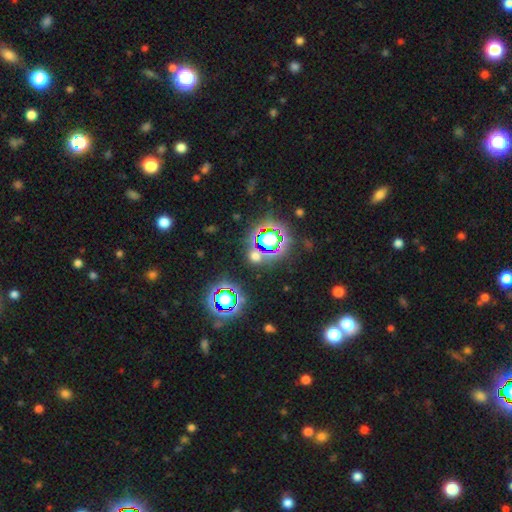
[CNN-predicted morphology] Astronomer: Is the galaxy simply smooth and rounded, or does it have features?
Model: star or artifact — 60%.